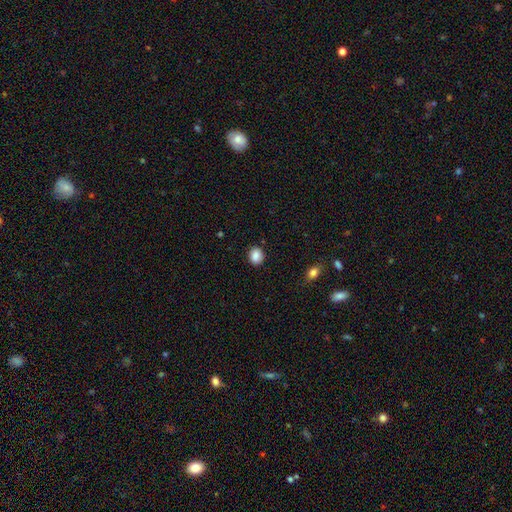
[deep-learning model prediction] A smooth galaxy with no disk features (88%) that is round (57%).

Vote fractions:
- Smooth or featured? smooth: 88% / star or artifact: 9% / featured or disk: 4%
- How rounded? round: 57% / in between: 42% / cigar-shaped: 1%
- Merging? none: 87% / minor disturbance: 10% / major disturbance: 2% / merger: 1%